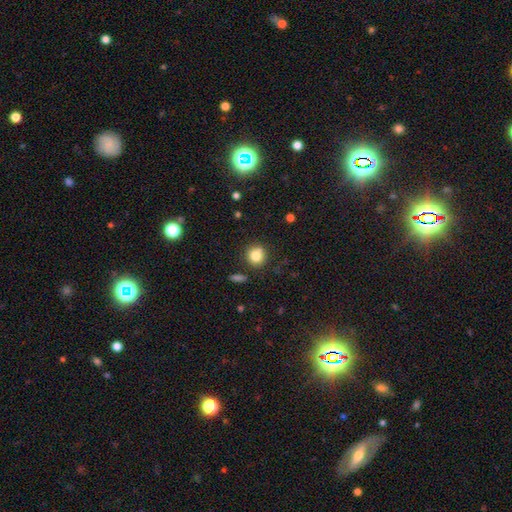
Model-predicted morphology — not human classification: Smooth or featured? smooth (80%)
How rounded? round (89%)
Merging? none (76%)